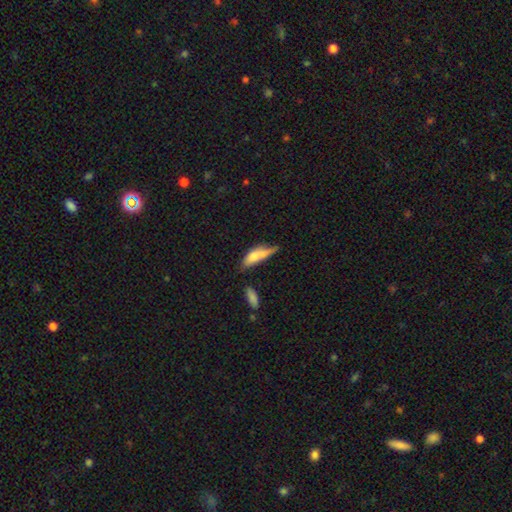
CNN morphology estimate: A smooth galaxy with no disk features (68%) that is in between round and cigar-shaped (54%). Merging: minor disturbance (32%).